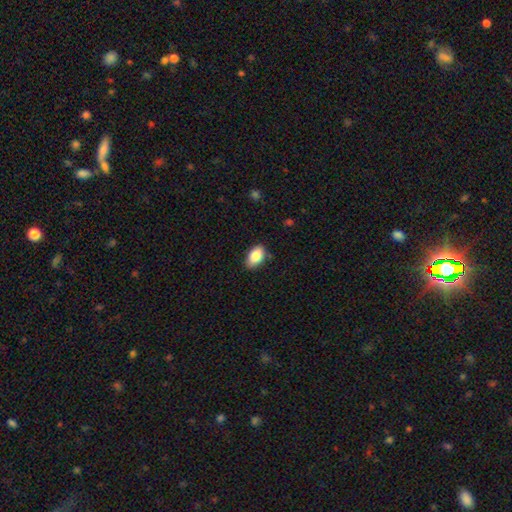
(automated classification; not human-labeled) Overall: smooth (86%). How rounded: in between (92%). Merging: none (82%).